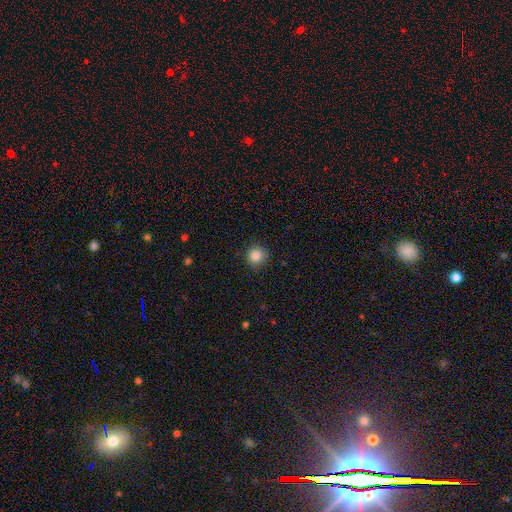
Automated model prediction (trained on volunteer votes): Smooth or featured? Predicted: smooth (p=0.85). How rounded? Predicted: round (p=0.93). Merging? Predicted: none (p=0.87).